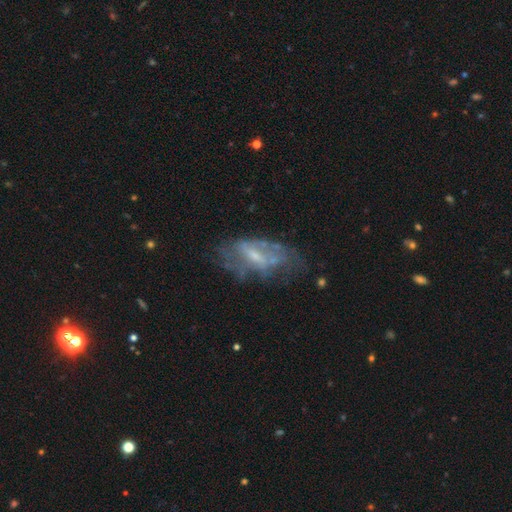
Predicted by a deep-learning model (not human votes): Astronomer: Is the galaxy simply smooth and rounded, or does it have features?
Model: featured or disk — 67%.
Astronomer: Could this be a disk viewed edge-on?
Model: no — 90%.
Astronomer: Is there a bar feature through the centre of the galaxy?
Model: weak — 47% (runner-up: no, 33%).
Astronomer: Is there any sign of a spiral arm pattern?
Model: yes — 50%, tied with no at 50%.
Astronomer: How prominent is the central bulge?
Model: small — 48% (runner-up: moderate, 34%).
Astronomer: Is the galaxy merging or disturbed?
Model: none — 49% (runner-up: minor disturbance, 25%).